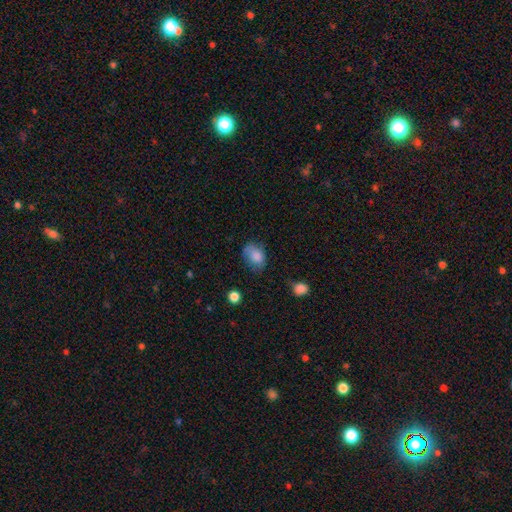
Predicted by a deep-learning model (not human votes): Smooth or featured?
  - smooth: 79% *
  - featured or disk: 12%
  - star or artifact: 9%
How rounded?
  - in between: 74% *
  - round: 25%
  - cigar-shaped: 1%
Merging?
  - none: 48% *
  - minor disturbance: 34%
  - major disturbance: 15%
  - merger: 3%